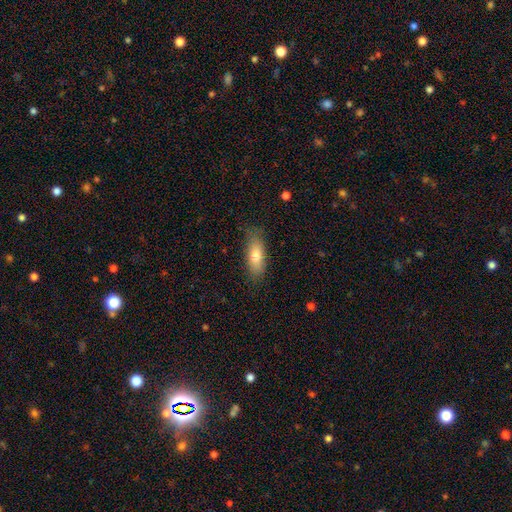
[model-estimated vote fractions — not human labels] This is likely a smooth galaxy (76%). How rounded: likely in between (71%). Merging: likely none (78%).